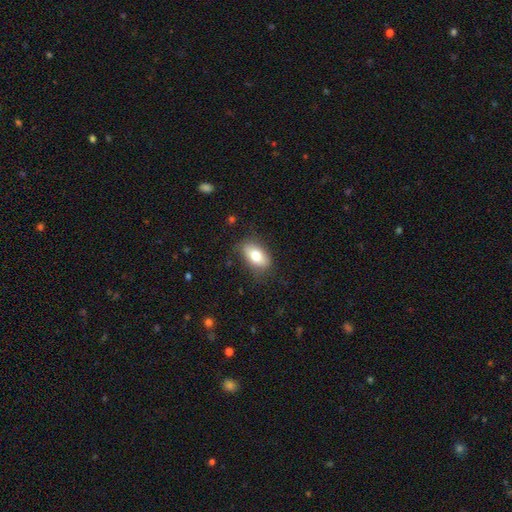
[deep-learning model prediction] Smooth or featured? smooth (77%)
How rounded? in between (89%)
Merging? none (77%)